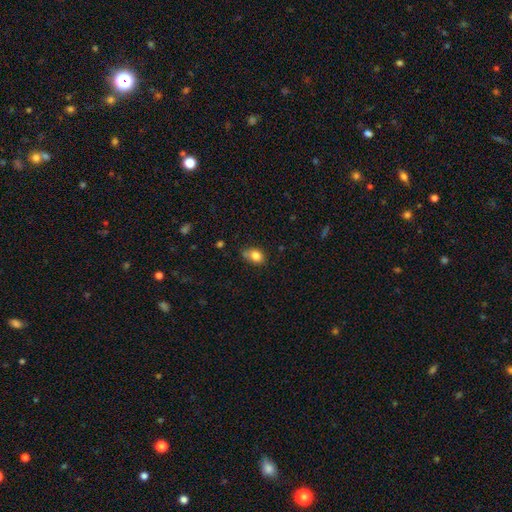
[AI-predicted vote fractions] A smooth galaxy with no disk features (82%) that is in between round and cigar-shaped (67%). Merging: none (57%).